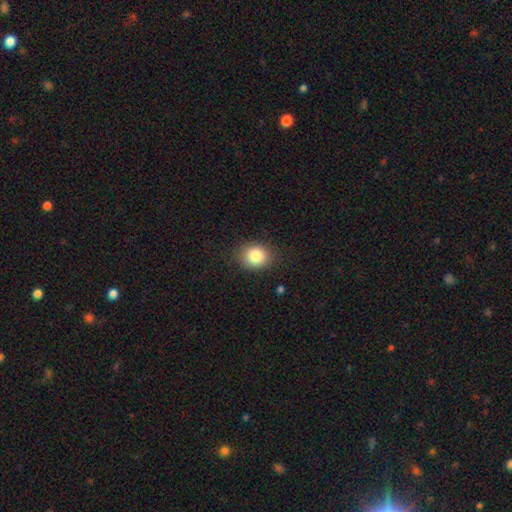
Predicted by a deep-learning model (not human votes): This appears to be a smooth galaxy with no disk features (85%) that is round (62%). Merging: none (86%).